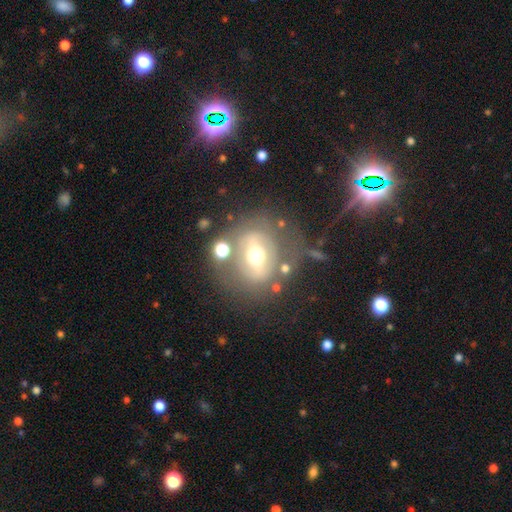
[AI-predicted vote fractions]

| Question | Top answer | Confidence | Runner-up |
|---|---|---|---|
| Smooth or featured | featured or disk | 62% | smooth (29%) |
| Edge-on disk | no | 89% | yes (11%) |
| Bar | strong | 49% | weak (30%) |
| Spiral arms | no | 76% | yes (24%) |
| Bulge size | moderate | 71% | small (16%) |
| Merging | none | 66% | minor disturbance (16%) |